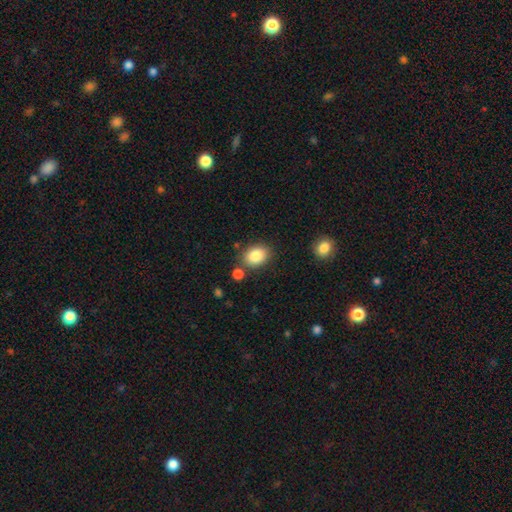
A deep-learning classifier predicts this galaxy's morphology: The model was most divided on "how rounded": in between: 67%, round: 32%, cigar-shaped: 1%. More confident: smooth or featured — smooth (86%); merging — none (76%).